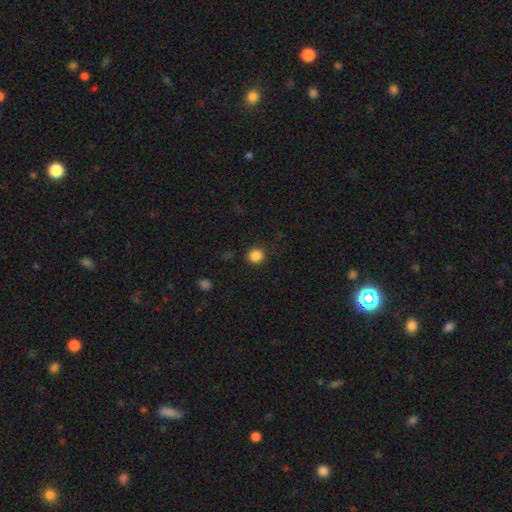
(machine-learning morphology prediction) type=smooth (85%); roundness=round (92%); merging=none (89%).